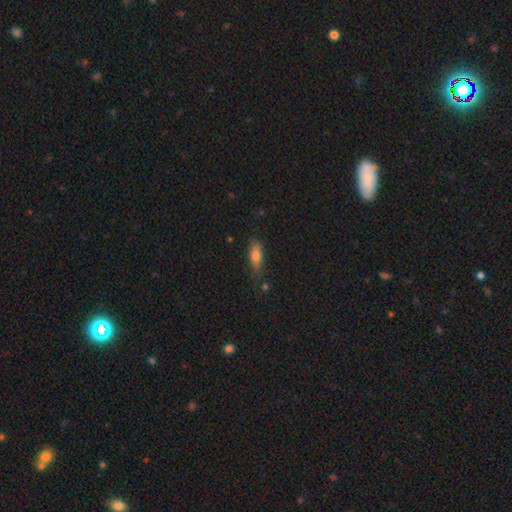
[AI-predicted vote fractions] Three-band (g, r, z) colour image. It shows a smooth galaxy with no disk features (74%) that is in between round and cigar-shaped (59%). Merging: none (71%).